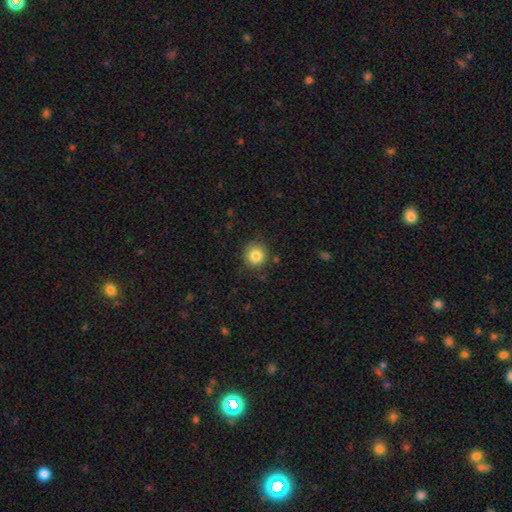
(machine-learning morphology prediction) Overall: smooth (83%). How rounded: round (93%). Merging: none (86%).